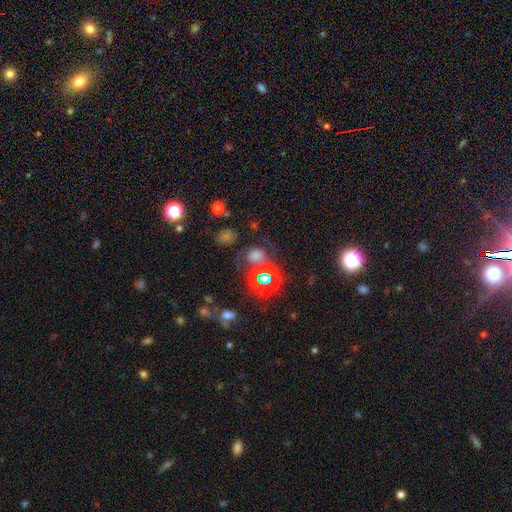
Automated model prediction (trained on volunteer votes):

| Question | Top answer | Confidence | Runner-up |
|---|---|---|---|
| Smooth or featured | star or artifact | 46% | smooth (42%) |